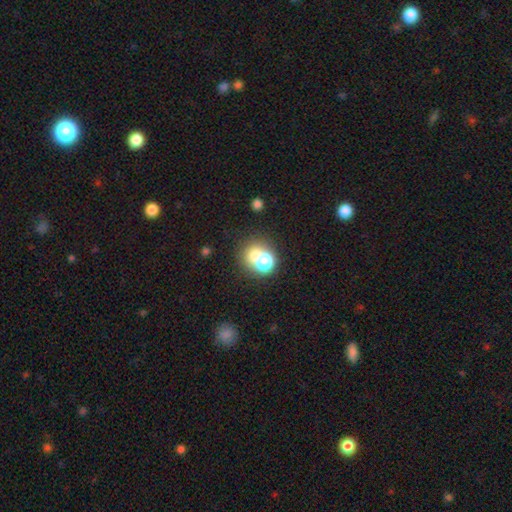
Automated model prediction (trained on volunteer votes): Smooth or featured? smooth (67%)
How rounded? round (74%)
Merging? merger (50%)